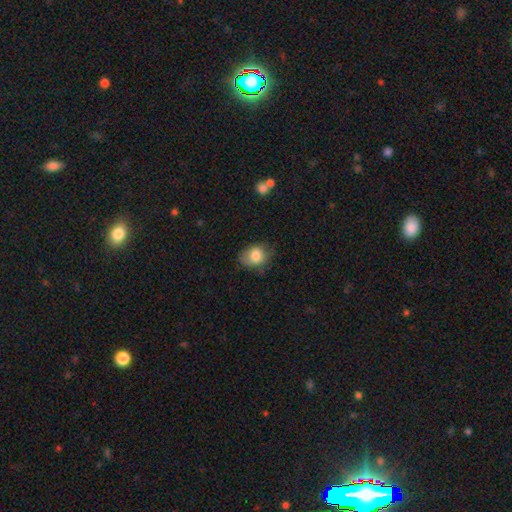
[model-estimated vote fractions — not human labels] This is likely a smooth galaxy (79%). How rounded: possibly in between (56%). Merging: likely none (65%).